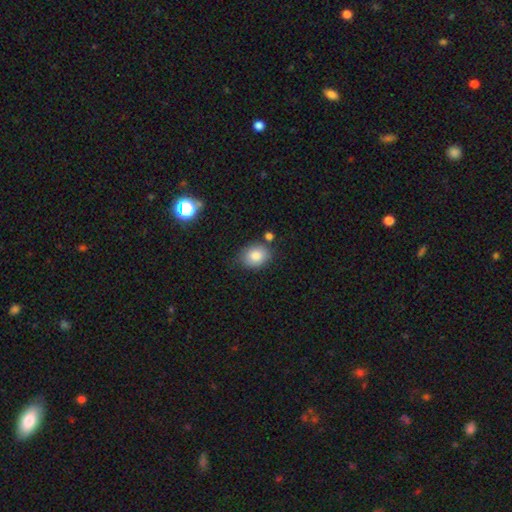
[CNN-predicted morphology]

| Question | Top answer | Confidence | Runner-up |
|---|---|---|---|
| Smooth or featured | smooth | 84% | star or artifact (9%) |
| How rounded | round | 52% | in between (47%) |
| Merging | none | 75% | minor disturbance (16%) |